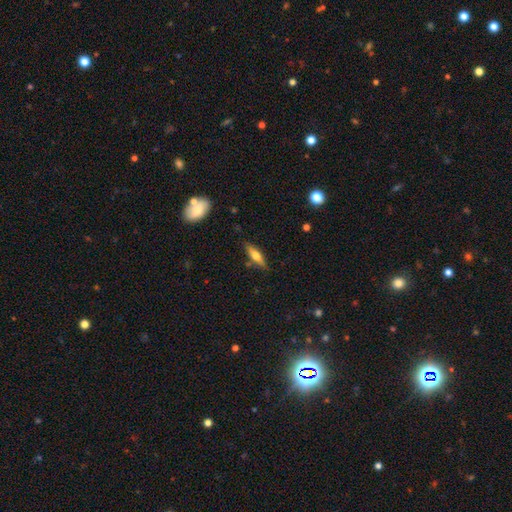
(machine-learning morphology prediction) smooth_or_featured: smooth (p=0.52) [alt: featured or disk p=0.42]
how_rounded: cigar-shaped (p=0.58) [alt: in between p=0.40]
merging: none (p=0.81) [alt: minor disturbance p=0.13]